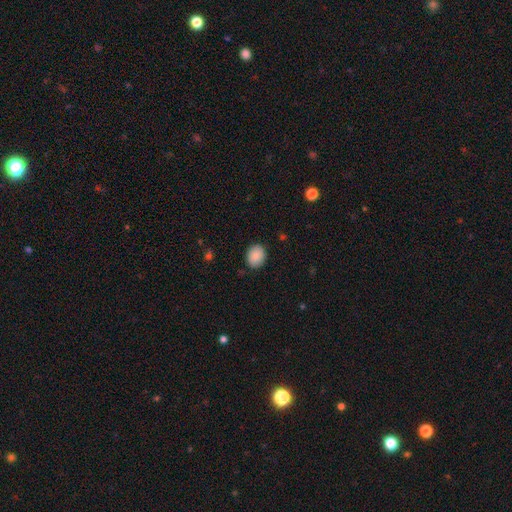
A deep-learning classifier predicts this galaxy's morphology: Smooth or featured? Predicted: smooth (p=0.87). How rounded? Predicted: round (p=0.51). Merging? Predicted: none (p=0.87).